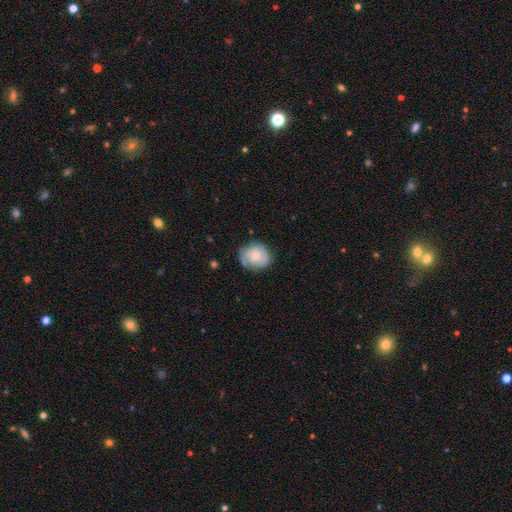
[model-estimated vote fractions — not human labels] smooth 56%, featured or disk 37%, star or artifact 7%. Down the decision tree: how rounded — round (77%); merging — none (64%).